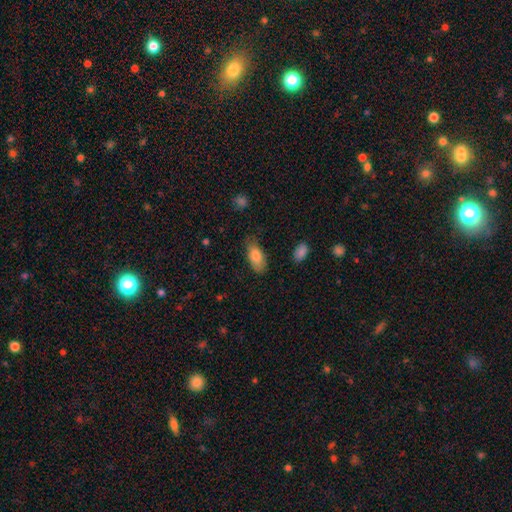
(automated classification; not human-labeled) Smooth or featured?
  - smooth: 80% *
  - featured or disk: 13%
  - star or artifact: 7%
How rounded?
  - in between: 90% *
  - cigar-shaped: 8%
  - round: 3%
Merging?
  - none: 71% *
  - minor disturbance: 23%
  - major disturbance: 5%
  - merger: 2%